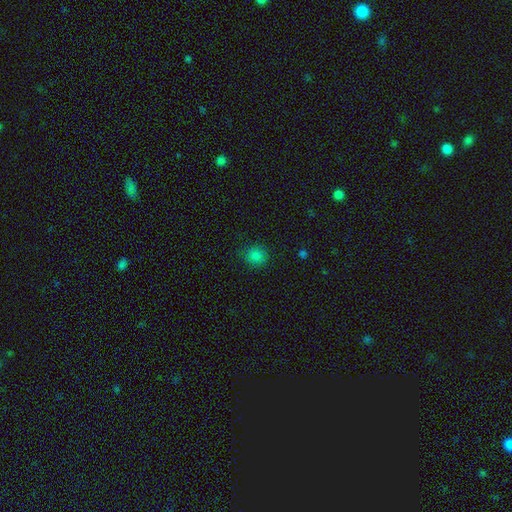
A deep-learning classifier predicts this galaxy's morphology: A smooth galaxy with no disk features (83%) that is round (86%).

Vote fractions:
- Smooth or featured? smooth: 83% / star or artifact: 14% / featured or disk: 3%
- How rounded? round: 86% / in between: 13% / cigar-shaped: 1%
- Merging? none: 86% / minor disturbance: 10% / major disturbance: 3% / merger: 1%